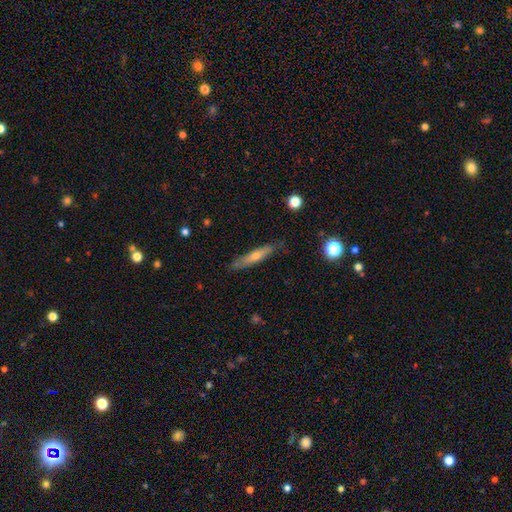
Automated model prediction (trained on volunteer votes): Morphology: type=smooth (48%); merging=none (82%).